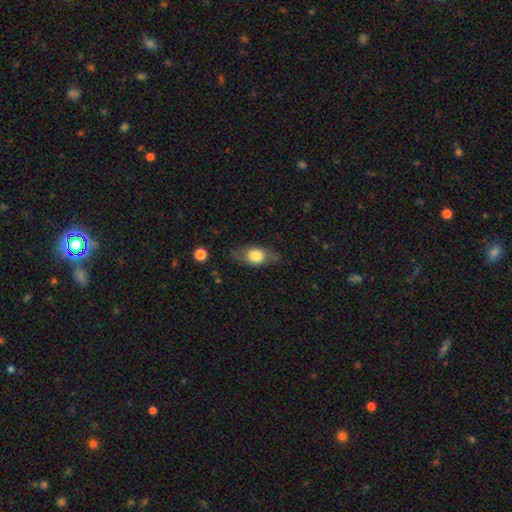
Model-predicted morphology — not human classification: This is likely a smooth galaxy (61%). How rounded: likely in between (72%). Merging: likely none (75%).